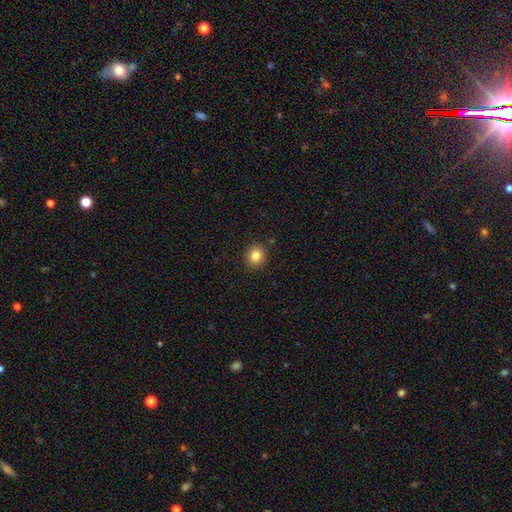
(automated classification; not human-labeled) This is clearly a smooth galaxy (83%). How rounded: clearly round (84%). Merging: clearly none (90%).